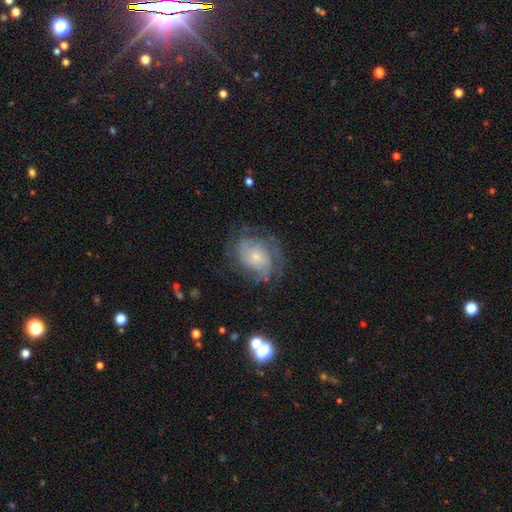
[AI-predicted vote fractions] smooth-or-featured: featured or disk: 74% | smooth: 17% | star or artifact: 9%
  disk-edge-on: no: 97% | yes: 3%
    bar: no: 78% | weak: 19% | strong: 3%
    has-spiral-arms: yes: 90% | no: 10%
      spiral-winding: tight: 55% | medium: 33% | loose: 12%
      spiral-arm-count: can't tell: 42% | 3: 18% | 2: 17% | 4: 12% | more than 4: 6% | 1: 6%
    bulge-size: small: 65% | moderate: 25% | none: 5% | large: 4% | dominant: 1%
  merging: none: 68% | minor disturbance: 18% | major disturbance: 13% | merger: 1%